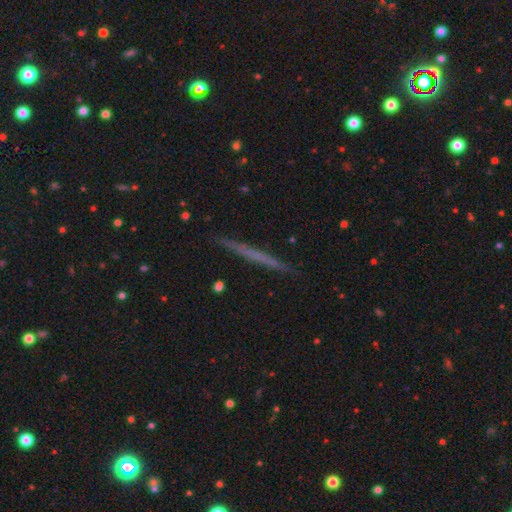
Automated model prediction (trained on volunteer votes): Smooth or featured: featured or disk — 46% (smooth — 42%)
Merging: none — 90% (minor disturbance — 7%)